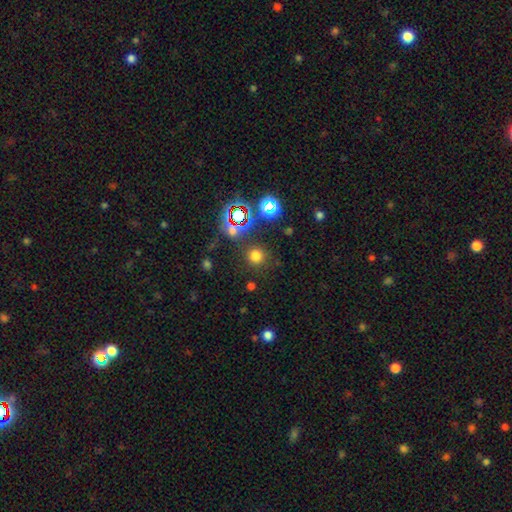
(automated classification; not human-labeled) Smooth or featured? Predicted: smooth (p=0.66). How rounded? Predicted: round (p=0.92). Merging? Predicted: none (p=0.83).